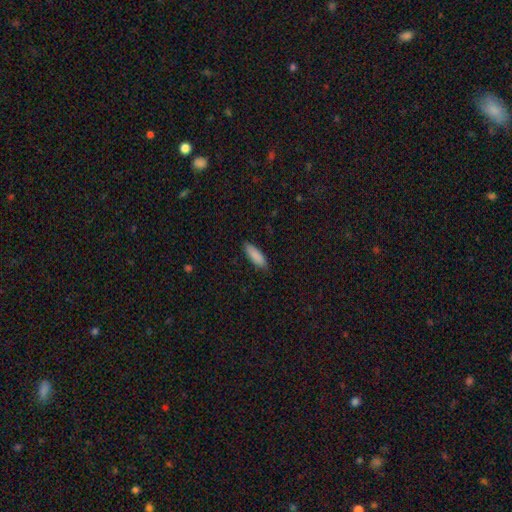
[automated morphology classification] This appears to be a smooth galaxy with no disk features (88%) that is in between round and cigar-shaped (59%). Merging: none (85%).